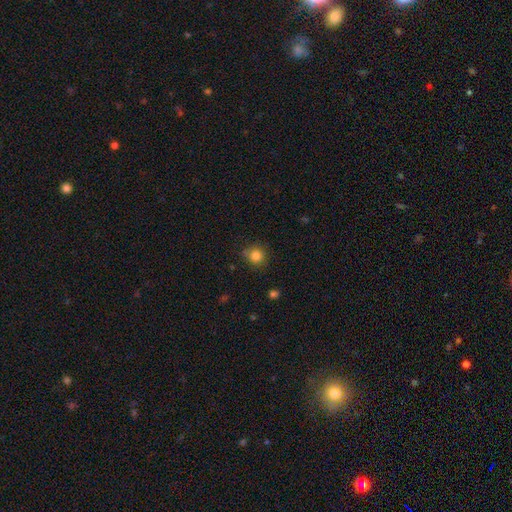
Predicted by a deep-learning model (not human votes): Smooth or featured?
  - smooth: 83% *
  - star or artifact: 12%
  - featured or disk: 6%
How rounded?
  - round: 90% *
  - in between: 9%
  - cigar-shaped: 1%
Merging?
  - none: 81% *
  - minor disturbance: 13%
  - merger: 3%
  - major disturbance: 3%